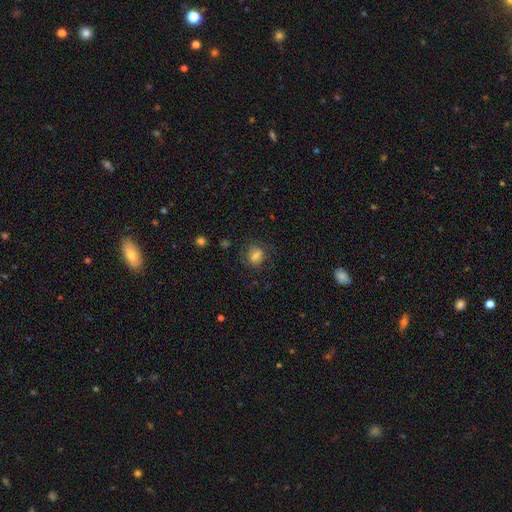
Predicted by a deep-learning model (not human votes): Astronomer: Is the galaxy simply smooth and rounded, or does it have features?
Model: smooth — 67%.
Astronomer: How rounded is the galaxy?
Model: round — 66%.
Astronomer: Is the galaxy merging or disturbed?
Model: none — 72%.